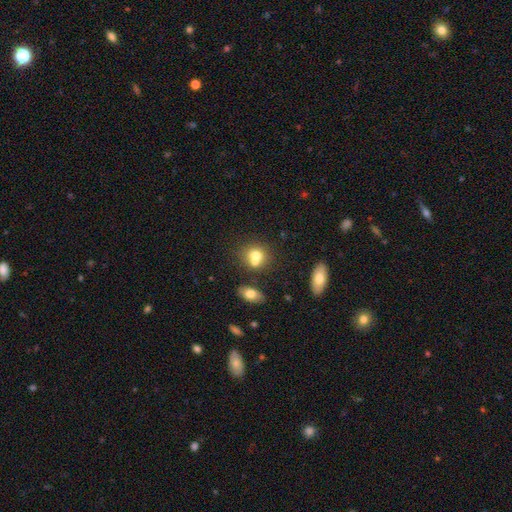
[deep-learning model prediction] smooth-or-featured: smooth: 70% | featured or disk: 18% | star or artifact: 12%
  how-rounded: round: 68% | in between: 30% | cigar-shaped: 1%
  merging: merger: 49% | none: 38% | minor disturbance: 9% | major disturbance: 4%